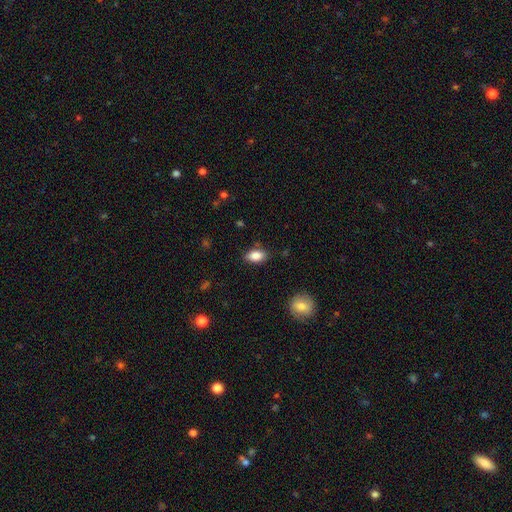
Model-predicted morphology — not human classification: Smooth or featured? smooth (86%)
How rounded? in between (90%)
Merging? none (85%)